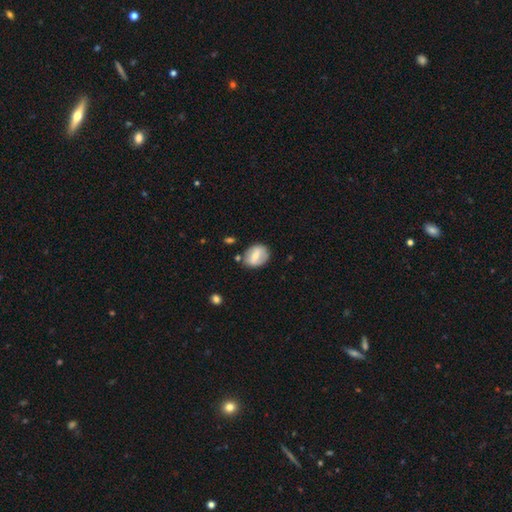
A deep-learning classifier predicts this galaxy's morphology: smooth-or-featured: smooth: 52% | featured or disk: 42% | star or artifact: 7%
  how-rounded: in between: 52% | round: 46% | cigar-shaped: 2%
  merging: none: 76% | minor disturbance: 16% | major disturbance: 4% | merger: 4%